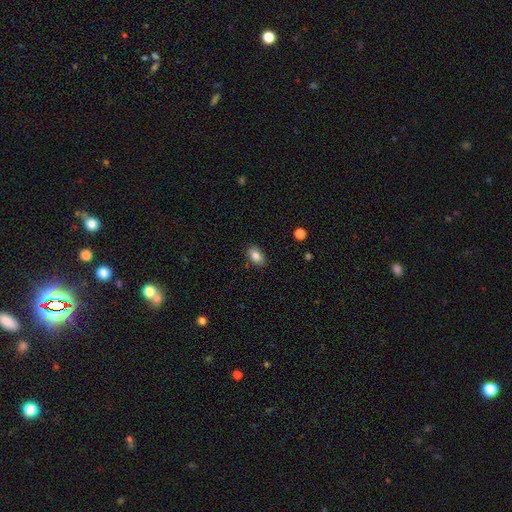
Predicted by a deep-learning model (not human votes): smooth-or-featured: smooth: 84% | star or artifact: 8% | featured or disk: 7%
  how-rounded: in between: 88% | round: 10% | cigar-shaped: 2%
  merging: none: 86% | minor disturbance: 11% | major disturbance: 2% | merger: 1%